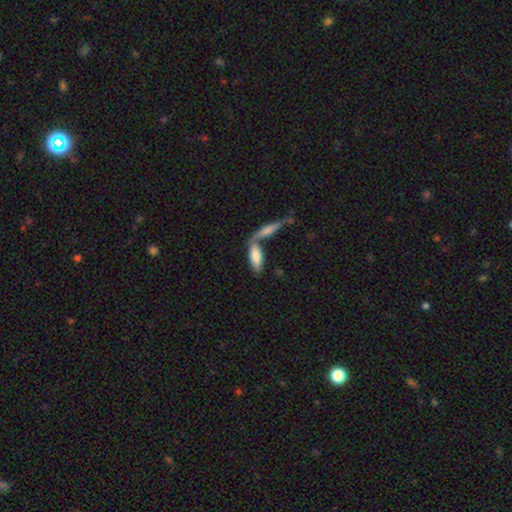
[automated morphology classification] smooth_or_featured: smooth (p=0.76) [alt: featured or disk p=0.18]
how_rounded: in between (p=0.65) [alt: cigar-shaped p=0.32]
merging: merger (p=0.43) [alt: none p=0.42]